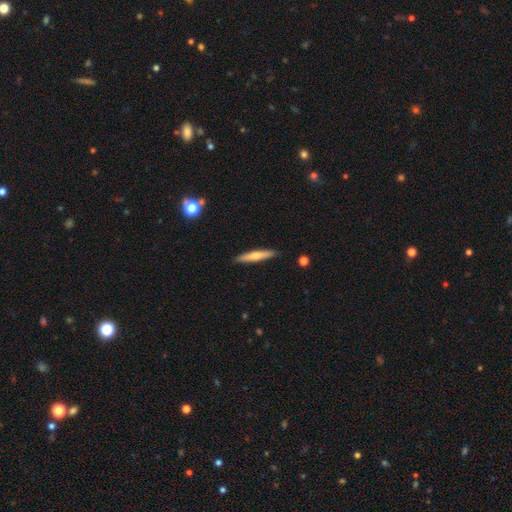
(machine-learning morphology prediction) Smooth or featured? Predicted: smooth (p=0.54). How rounded? Predicted: cigar-shaped (p=0.91). Merging? Predicted: none (p=0.90).